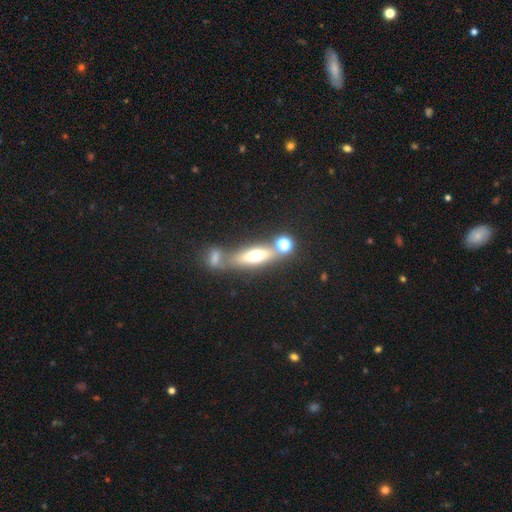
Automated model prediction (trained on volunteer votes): Smooth or featured? smooth (52%)
How rounded? cigar-shaped (47%, tied with in between)
Merging? none (46%)